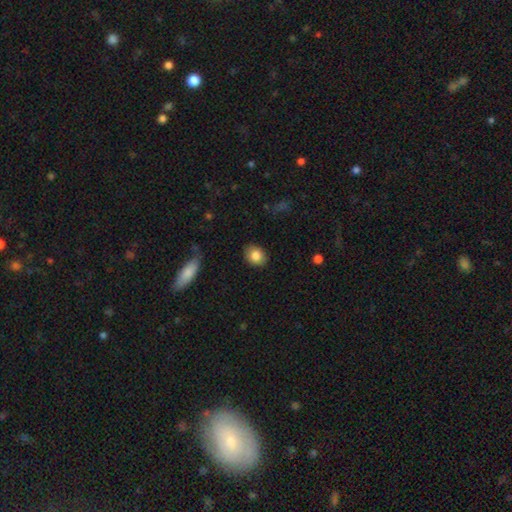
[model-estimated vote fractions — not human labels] Smooth or featured? smooth (84%)
How rounded? in between (55%)
Merging? none (87%)